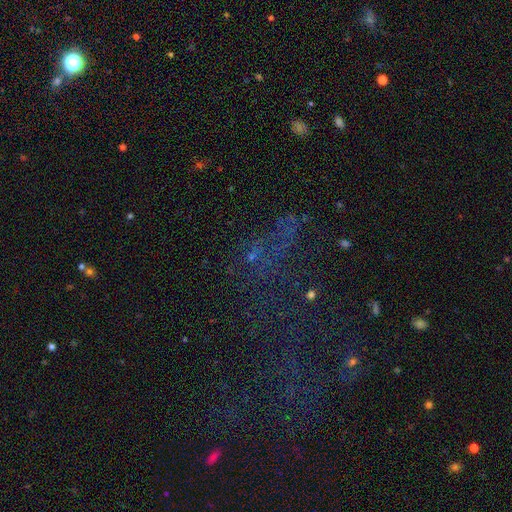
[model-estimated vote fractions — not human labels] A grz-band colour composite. It shows a star or artifact, not a galaxy (64%).